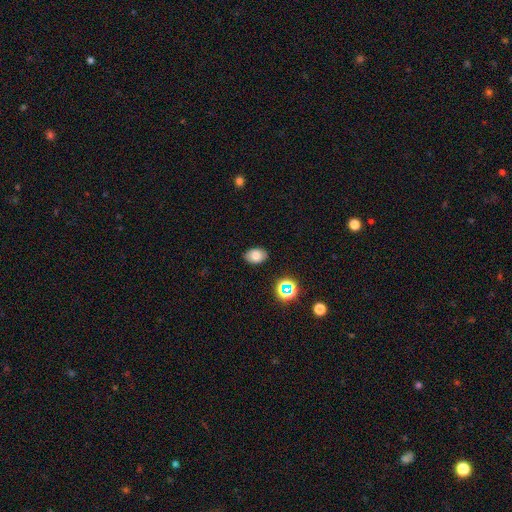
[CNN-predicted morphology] smooth 80%, star or artifact 13%, featured or disk 8%. Down the decision tree: how rounded — in between (82%); merging — none (87%).